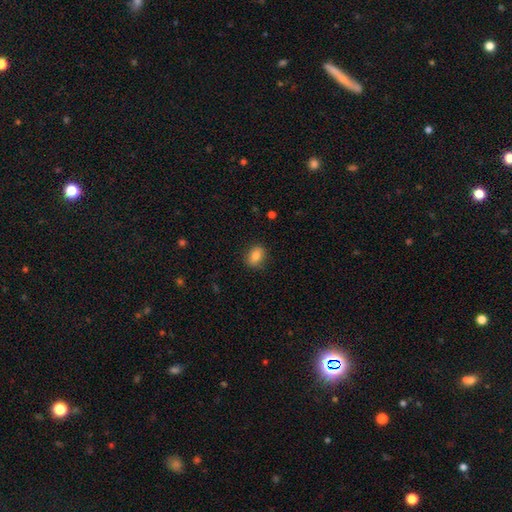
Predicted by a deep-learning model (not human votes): Smooth or featured? smooth (83%)
How rounded? in between (64%)
Merging? none (86%)